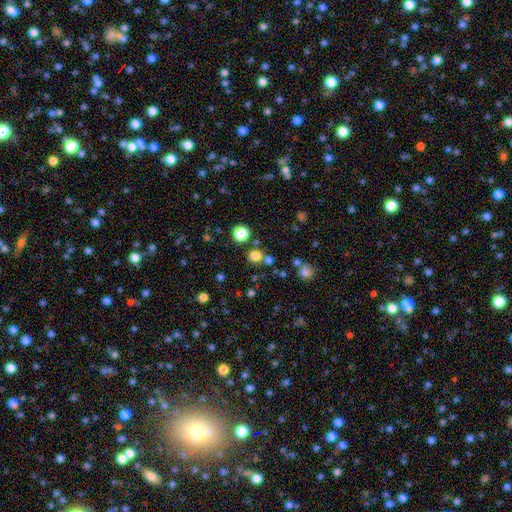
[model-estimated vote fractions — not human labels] This appears to be a smooth galaxy with no disk features (75%) that is round (88%). Merging: none (77%).